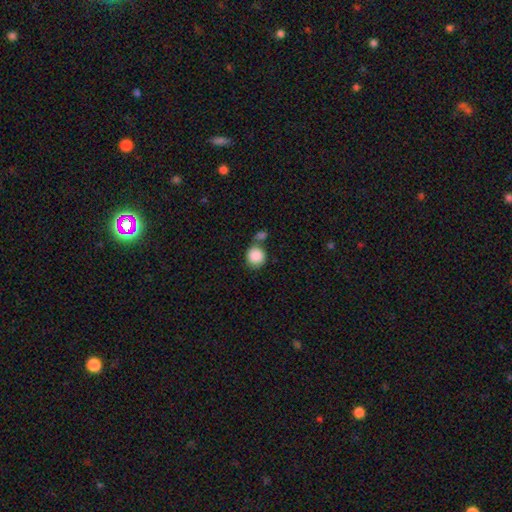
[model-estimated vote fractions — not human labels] A smooth galaxy with no disk features (89%) that is round (88%).

Vote fractions:
- Smooth or featured? smooth: 89% / star or artifact: 7% / featured or disk: 4%
- How rounded? round: 88% / in between: 11% / cigar-shaped: 1%
- Merging? none: 56% / merger: 26% / minor disturbance: 12% / major disturbance: 5%